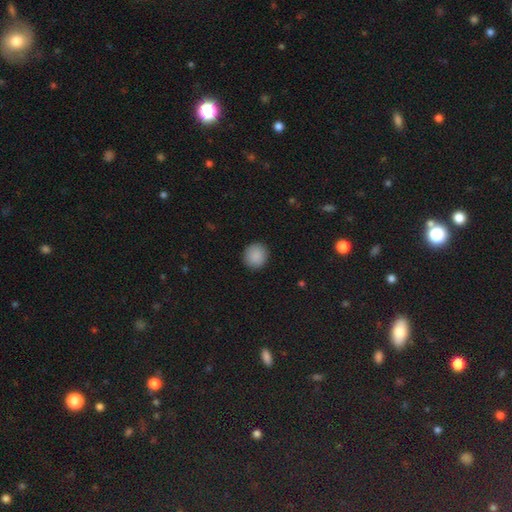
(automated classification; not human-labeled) Morphology: type=smooth (89%); roundness=round (90%); merging=none (91%).